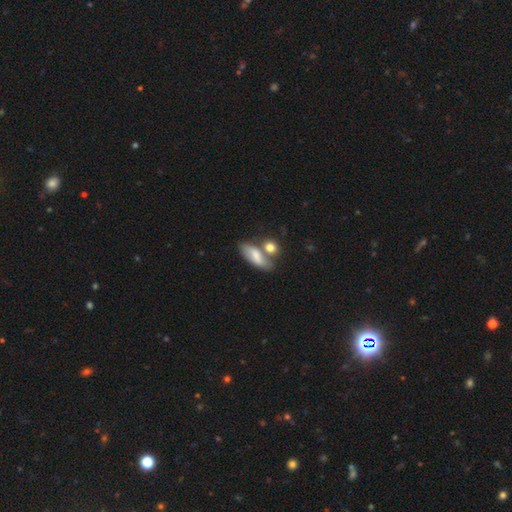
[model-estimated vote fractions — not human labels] Smooth or featured?
  - smooth: 69% *
  - featured or disk: 23%
  - star or artifact: 8%
How rounded?
  - in between: 70% *
  - cigar-shaped: 23%
  - round: 7%
Merging?
  - none: 48% *
  - merger: 29%
  - minor disturbance: 17%
  - major disturbance: 7%